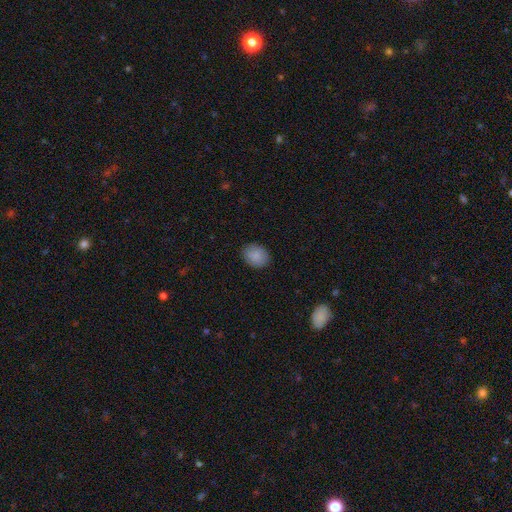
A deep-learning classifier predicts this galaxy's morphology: This is clearly a smooth galaxy (88%). How rounded: possibly in between (52%). Merging: clearly none (88%).